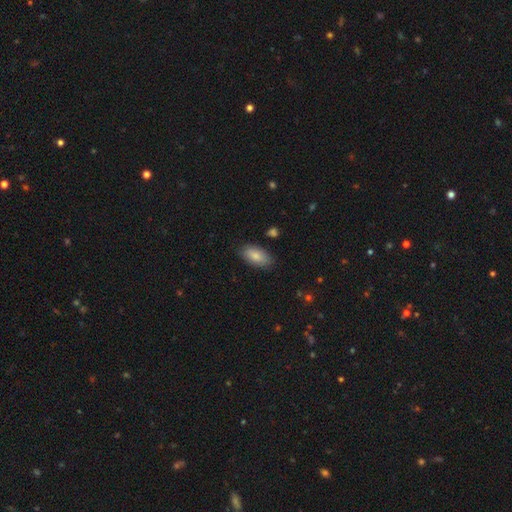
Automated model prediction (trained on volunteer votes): Smooth or featured: smooth — 84% (featured or disk — 10%)
How rounded: in between — 93% (cigar-shaped — 4%)
Merging: none — 83% (minor disturbance — 13%)